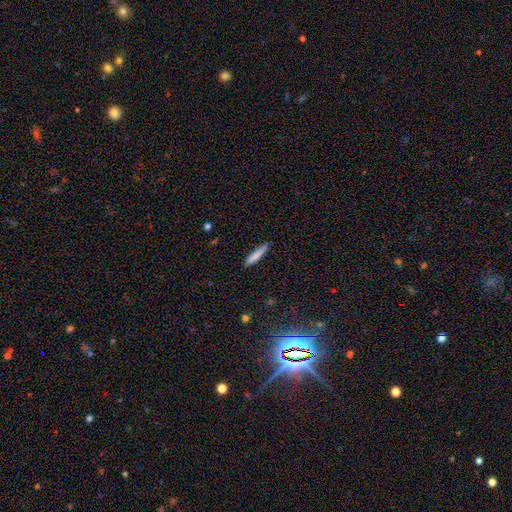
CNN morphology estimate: A smooth galaxy with no disk features (82%) that is cigar-shaped (90%). Merging: none (86%).